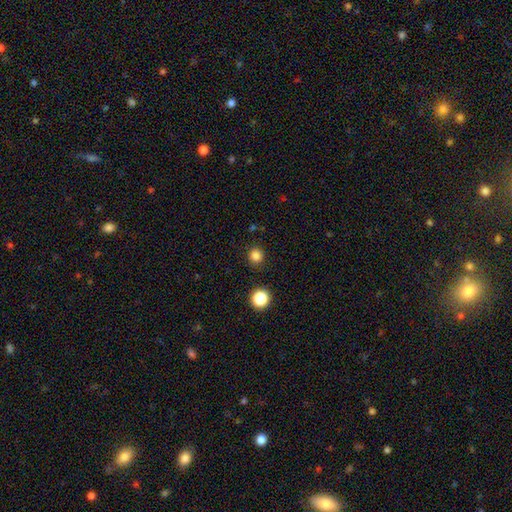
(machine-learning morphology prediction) This is clearly a smooth galaxy (82%). How rounded: clearly round (91%). Merging: clearly none (90%).